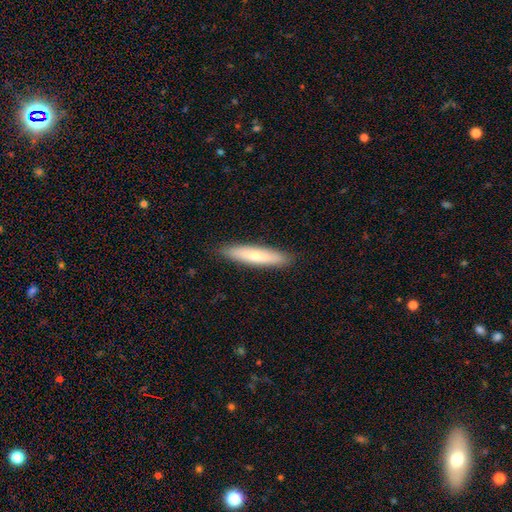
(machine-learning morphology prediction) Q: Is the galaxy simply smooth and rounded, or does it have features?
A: smooth — 63%.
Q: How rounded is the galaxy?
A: cigar-shaped — 87%.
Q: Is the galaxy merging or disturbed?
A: none — 89%.